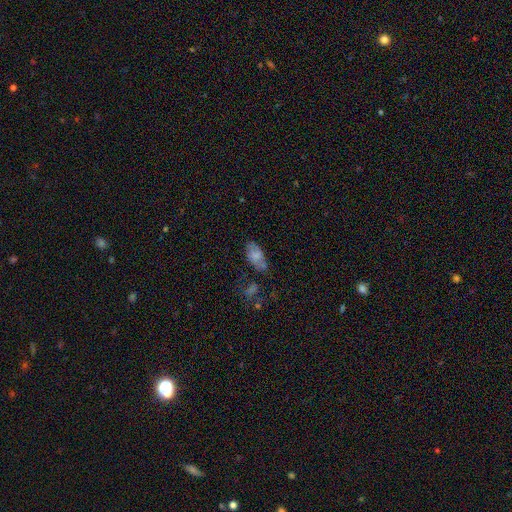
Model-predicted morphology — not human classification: Smooth or featured?
  - smooth: 65% *
  - featured or disk: 25%
  - star or artifact: 10%
How rounded?
  - in between: 90% *
  - cigar-shaped: 6%
  - round: 4%
Merging?
  - none: 49% *
  - minor disturbance: 25%
  - merger: 13%
  - major disturbance: 13%